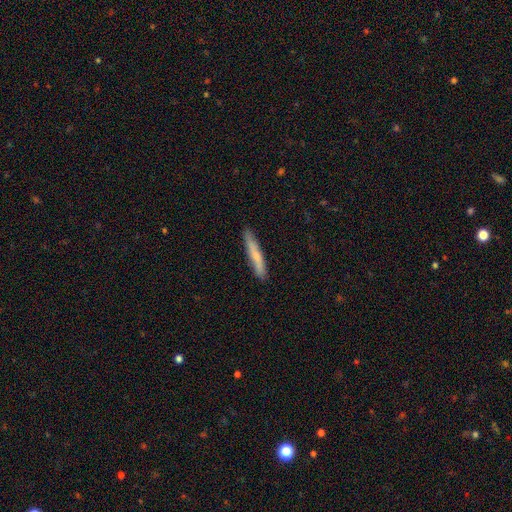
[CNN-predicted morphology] type=smooth (67%); roundness=cigar-shaped (94%); merging=none (87%).